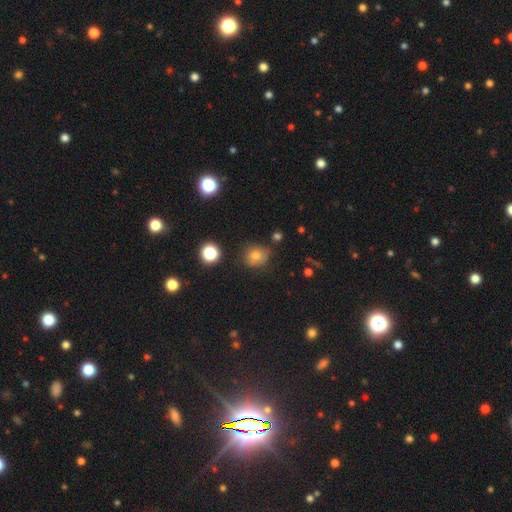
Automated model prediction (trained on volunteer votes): Smooth or featured: smooth — 75% (star or artifact — 16%)
How rounded: round — 78% (in between — 21%)
Merging: none — 75% (minor disturbance — 18%)